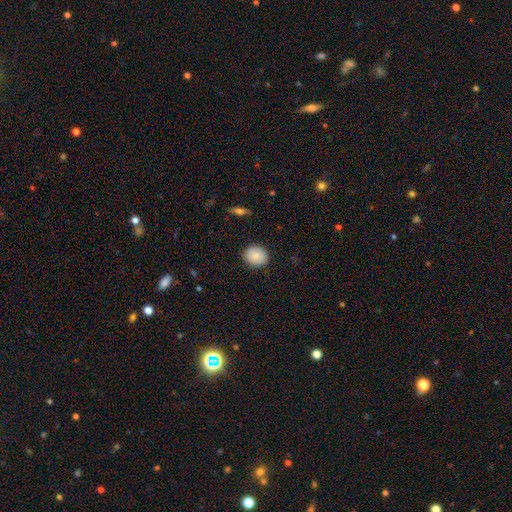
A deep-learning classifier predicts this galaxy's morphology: smooth-or-featured: smooth: 88% | star or artifact: 7% | featured or disk: 5%
  how-rounded: round: 65% | in between: 34% | cigar-shaped: 1%
  merging: none: 89% | minor disturbance: 8% | major disturbance: 2% | merger: 1%